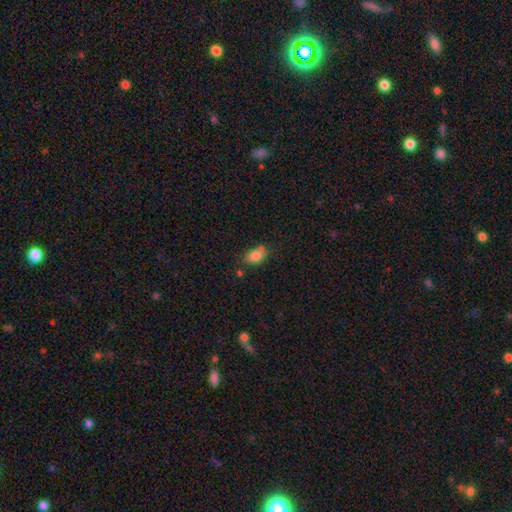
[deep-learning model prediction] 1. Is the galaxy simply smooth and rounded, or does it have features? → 83% smooth, 9% star or artifact, 8% featured or disk.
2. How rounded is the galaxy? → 86% in between, 12% round, 2% cigar-shaped.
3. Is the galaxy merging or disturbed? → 62% none, 25% minor disturbance, 8% merger, 6% major disturbance.